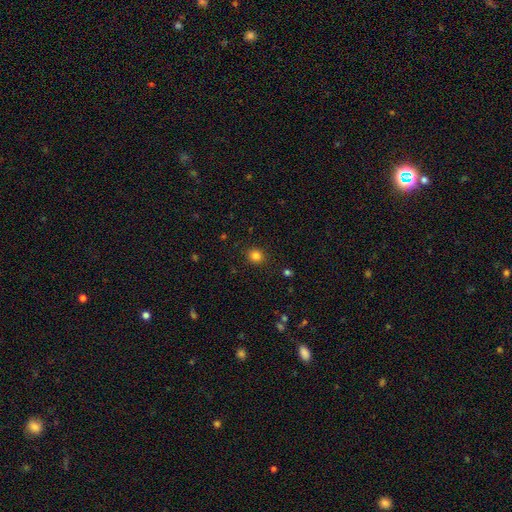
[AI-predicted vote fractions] Smooth or featured?
  - smooth: 83% *
  - star or artifact: 13%
  - featured or disk: 4%
How rounded?
  - round: 84% *
  - in between: 15%
  - cigar-shaped: 1%
Merging?
  - none: 90% *
  - minor disturbance: 7%
  - major disturbance: 2%
  - merger: 1%